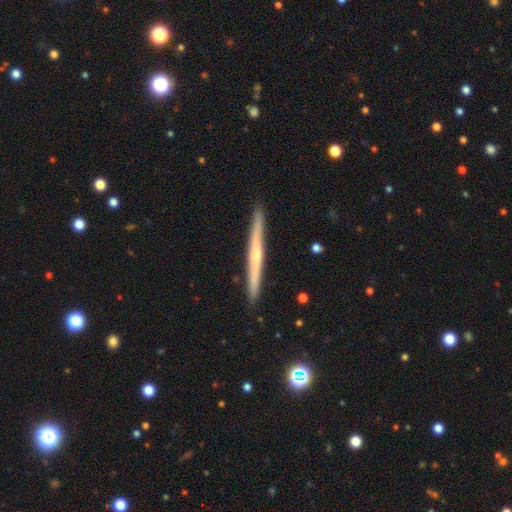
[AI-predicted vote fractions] smooth-or-featured: featured or disk: 65% | smooth: 30% | star or artifact: 6%
  disk-edge-on: yes: 98% | no: 2%
    edge-on-bulge: none: 49% | rounded: 45% | boxy: 6%
  merging: none: 92% | minor disturbance: 6% | major disturbance: 1% | merger: 1%